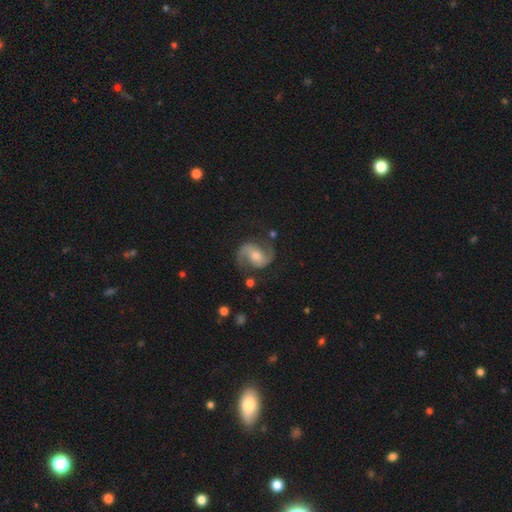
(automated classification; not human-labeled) featured or disk 88%, smooth 6%, star or artifact 5%. Down the decision tree: edge-on disk — no (98%); bar — no (42%); spiral arms — yes (97%); spiral arm count — 2 (93%); spiral winding — medium (56%); bulge size — moderate (57%); merging — none (77%).